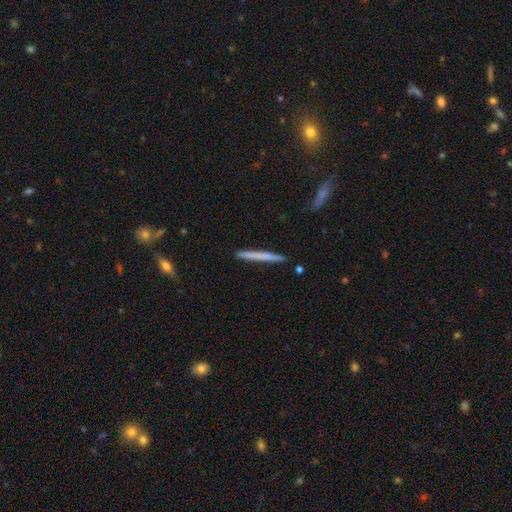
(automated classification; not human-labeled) Smooth or featured? Predicted: smooth (p=0.62). How rounded? Predicted: cigar-shaped (p=0.97). Merging? Predicted: none (p=0.91).